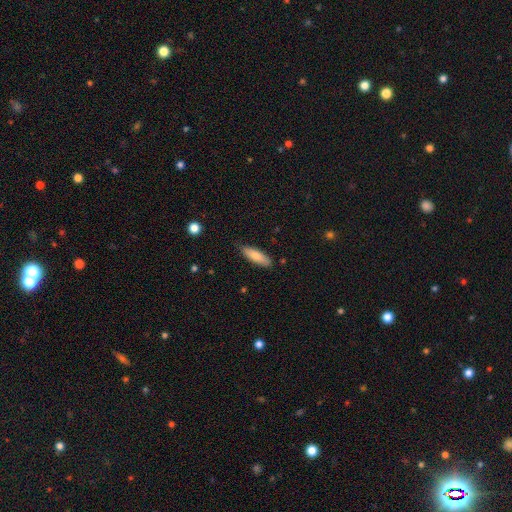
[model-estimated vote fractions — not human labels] Smooth or featured: smooth — 79% (featured or disk — 15%)
How rounded: in between — 50% (cigar-shaped — 49%)
Merging: none — 82% (minor disturbance — 15%)